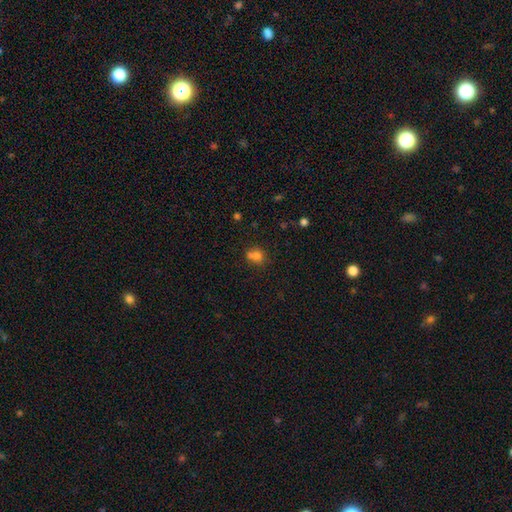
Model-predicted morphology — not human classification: type=smooth (74%); roundness=round (65%); merging=none (45%).